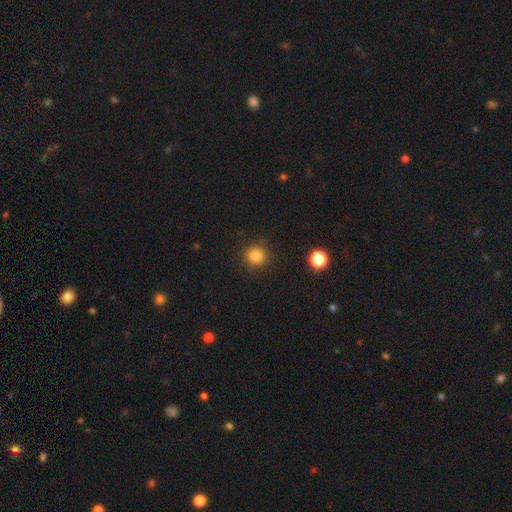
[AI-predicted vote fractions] Morphology: type=smooth (83%); roundness=round (93%); merging=none (89%).